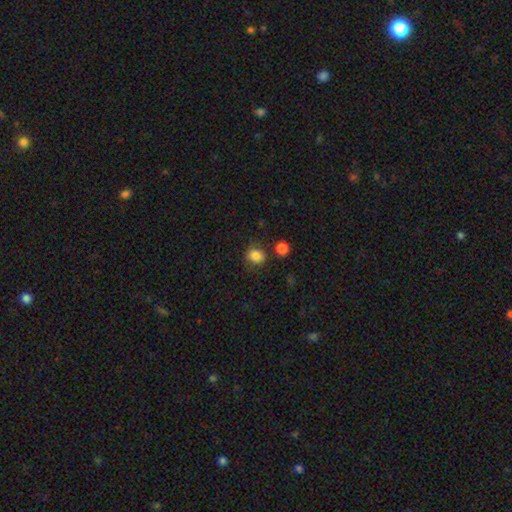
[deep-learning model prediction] The model was most divided on "how rounded": round: 63%, in between: 36%, cigar-shaped: 1%. More confident: smooth or featured — smooth (85%); merging — none (78%).